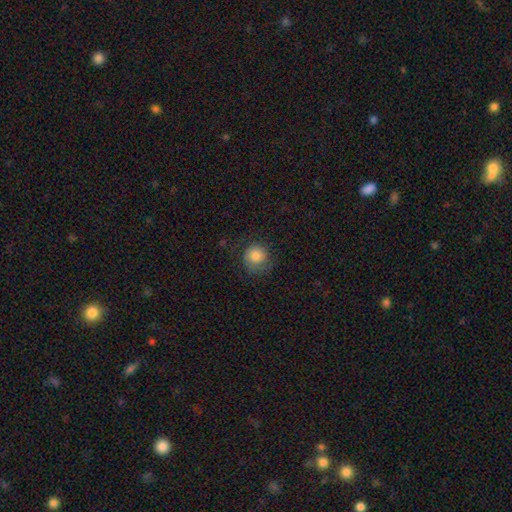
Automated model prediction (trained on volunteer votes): Smooth or featured? smooth (81%)
How rounded? round (90%)
Merging? none (68%)